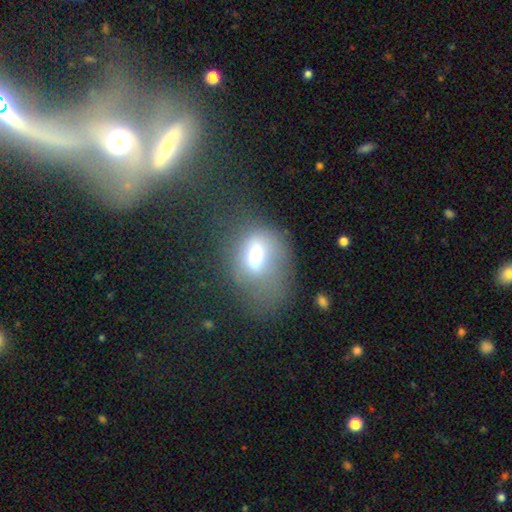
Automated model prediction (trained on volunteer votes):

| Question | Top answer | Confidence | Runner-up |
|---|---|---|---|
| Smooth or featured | smooth | 59% | featured or disk (27%) |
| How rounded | in between | 73% | round (25%) |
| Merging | none | 34% | major disturbance (32%) |